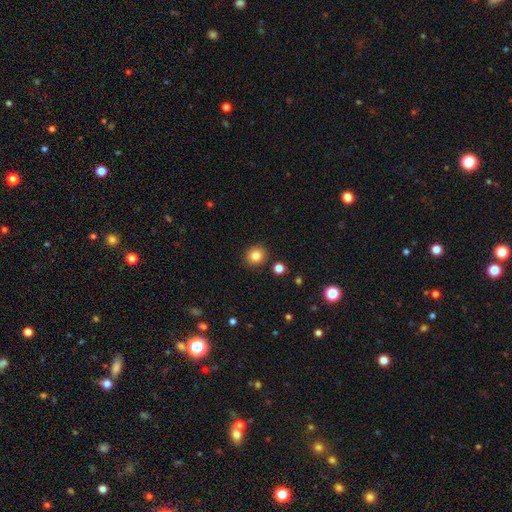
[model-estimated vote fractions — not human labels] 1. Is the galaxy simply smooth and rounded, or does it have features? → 84% smooth, 11% star or artifact, 5% featured or disk.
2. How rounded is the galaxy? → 85% round, 14% in between, 1% cigar-shaped.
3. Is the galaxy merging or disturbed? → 89% none, 7% minor disturbance, 3% merger, 2% major disturbance.